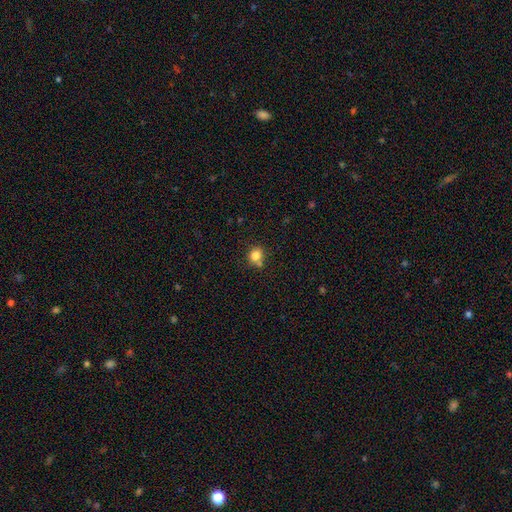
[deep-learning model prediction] A smooth galaxy with no disk features (82%) that is round (77%).

Vote fractions:
- Smooth or featured? smooth: 82% / star or artifact: 11% / featured or disk: 7%
- How rounded? round: 77% / in between: 22% / cigar-shaped: 1%
- Merging? none: 65% / merger: 17% / minor disturbance: 13% / major disturbance: 4%